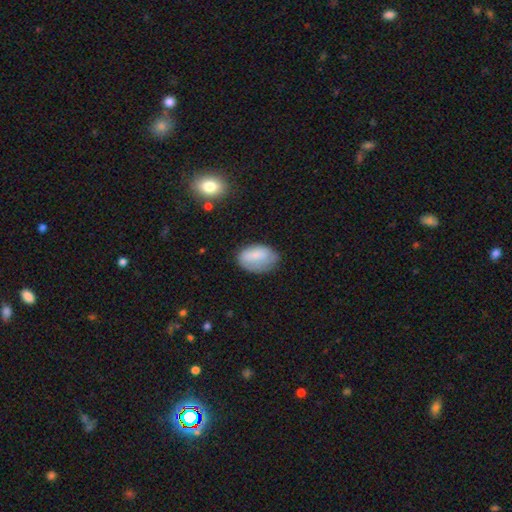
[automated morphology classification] A smooth galaxy with no disk features (76%) that is in between round and cigar-shaped (89%).

Vote fractions:
- Smooth or featured? smooth: 76% / featured or disk: 16% / star or artifact: 8%
- How rounded? in between: 89% / round: 9% / cigar-shaped: 1%
- Merging? none: 58% / minor disturbance: 30% / major disturbance: 10% / merger: 2%